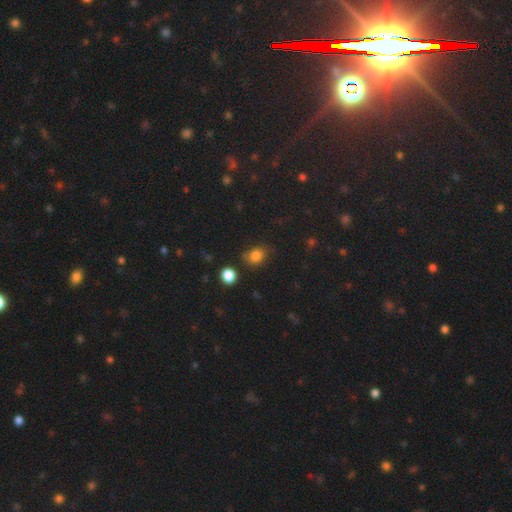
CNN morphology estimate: smooth 81%, star or artifact 13%, featured or disk 6%. Down the decision tree: how rounded — round (58%); merging — none (68%).